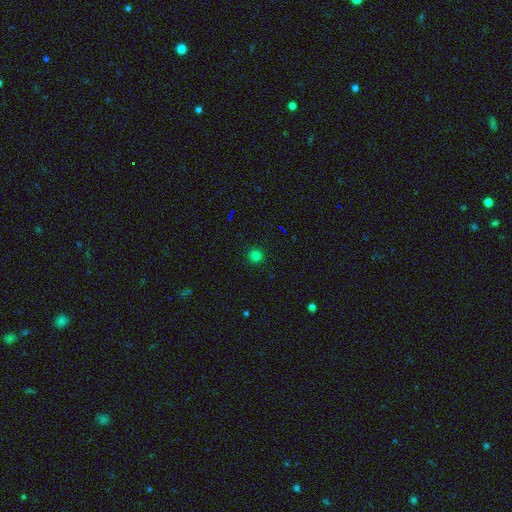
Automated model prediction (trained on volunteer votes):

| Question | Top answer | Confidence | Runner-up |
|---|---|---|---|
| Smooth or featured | smooth | 78% | star or artifact (18%) |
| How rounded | round | 95% | in between (4%) |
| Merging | none | 92% | minor disturbance (5%) |